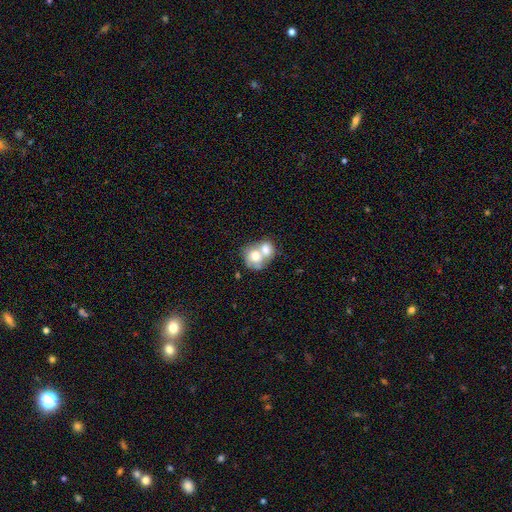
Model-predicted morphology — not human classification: A smooth galaxy with no disk features (65%) that is round (62%).

Vote fractions:
- Smooth or featured? smooth: 65% / featured or disk: 28% / star or artifact: 7%
- How rounded? round: 62% / in between: 37% / cigar-shaped: 1%
- Merging? merger: 76% / none: 14% / minor disturbance: 6% / major disturbance: 4%